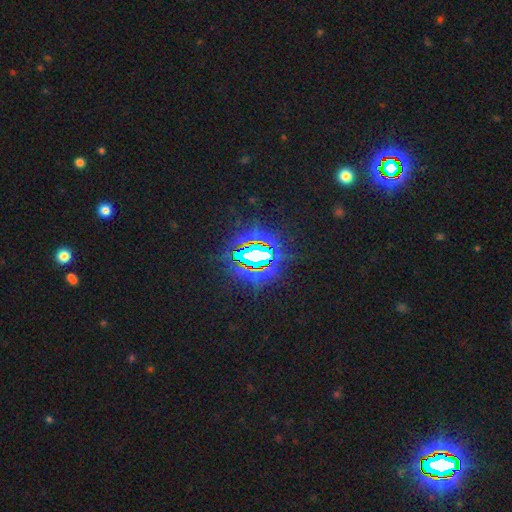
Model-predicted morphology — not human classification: Smooth or featured? star or artifact (77%)